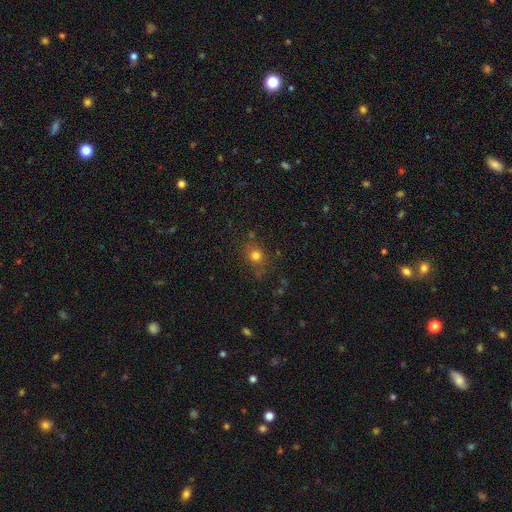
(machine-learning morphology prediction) smooth 75%, star or artifact 17%, featured or disk 8%. Down the decision tree: how rounded — round (79%); merging — none (76%).